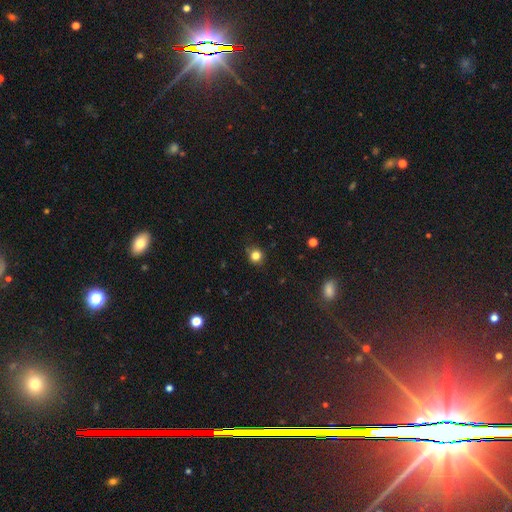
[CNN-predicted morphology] smooth 81%, star or artifact 14%, featured or disk 5%. Down the decision tree: how rounded — round (90%); merging — none (85%).